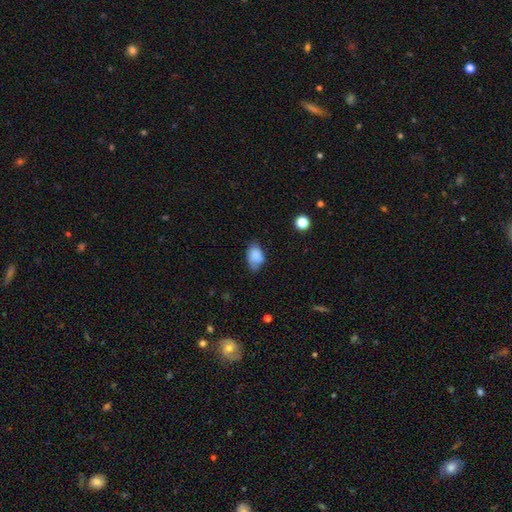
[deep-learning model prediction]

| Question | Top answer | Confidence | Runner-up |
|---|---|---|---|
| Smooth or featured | smooth | 83% | star or artifact (9%) |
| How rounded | in between | 87% | round (11%) |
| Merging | none | 58% | minor disturbance (32%) |